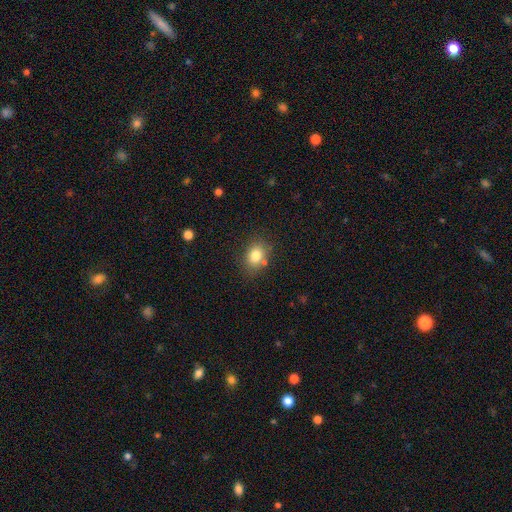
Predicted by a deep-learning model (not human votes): This is clearly a smooth galaxy (81%). How rounded: possibly in between (55%). Merging: likely none (73%).